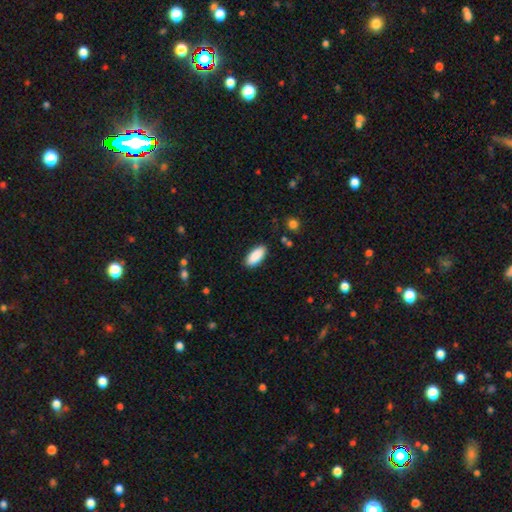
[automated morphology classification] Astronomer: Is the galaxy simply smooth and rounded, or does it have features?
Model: smooth — 90%.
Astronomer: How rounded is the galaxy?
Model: in between — 88%.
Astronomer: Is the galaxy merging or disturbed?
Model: none — 88%.